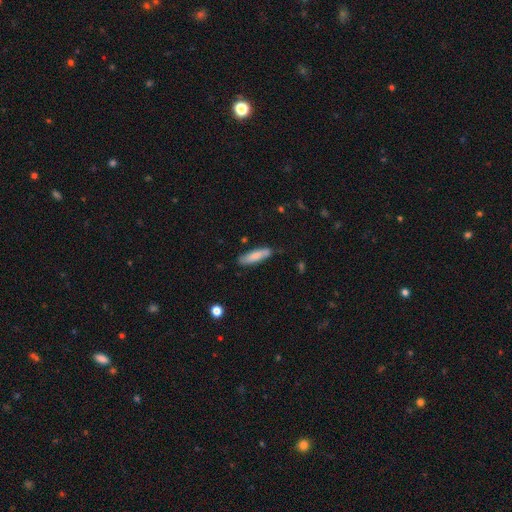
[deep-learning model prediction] This appears to be a smooth galaxy with no disk features (78%) that is cigar-shaped (68%). Merging: none (80%).